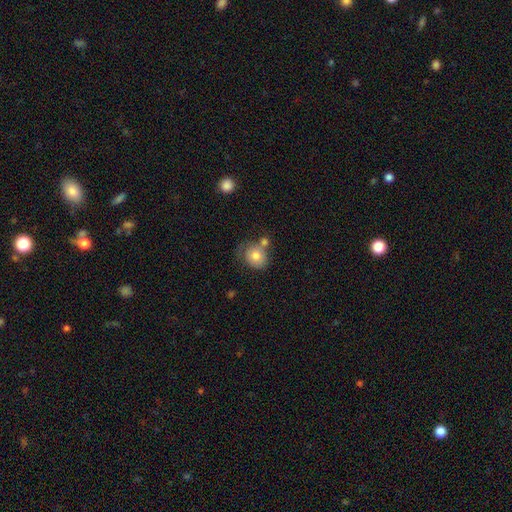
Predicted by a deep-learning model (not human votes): smooth_or_featured: smooth (p=0.74) [alt: featured or disk p=0.17]
how_rounded: round (p=0.71) [alt: in between p=0.28]
merging: none (p=0.43) [alt: merger p=0.25]